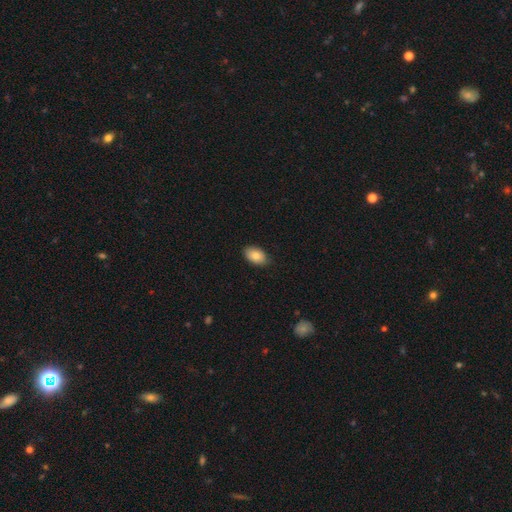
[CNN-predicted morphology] Smooth or featured?
  - smooth: 83% *
  - featured or disk: 9%
  - star or artifact: 7%
How rounded?
  - in between: 90% *
  - round: 8%
  - cigar-shaped: 1%
Merging?
  - none: 86% *
  - minor disturbance: 11%
  - major disturbance: 2%
  - merger: 1%